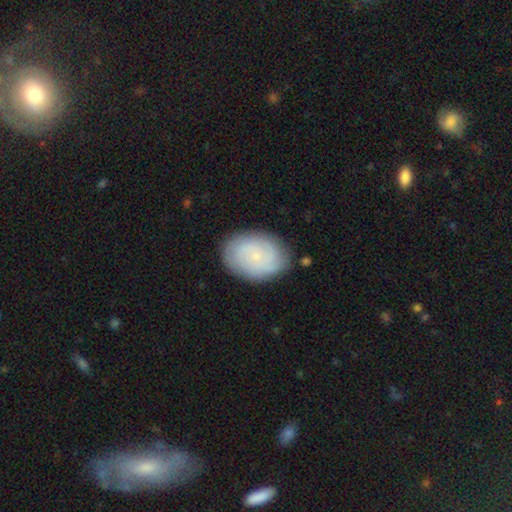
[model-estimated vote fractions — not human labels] This is possibly a featured or disk galaxy (47%). Merging: clearly none (81%).